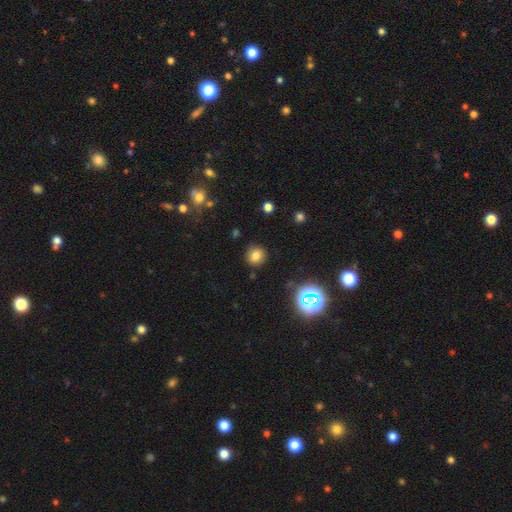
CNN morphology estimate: A smooth galaxy with no disk features (76%) that is round (88%).

Vote fractions:
- Smooth or featured? smooth: 76% / star or artifact: 17% / featured or disk: 7%
- How rounded? round: 88% / in between: 11% / cigar-shaped: 1%
- Merging? none: 88% / minor disturbance: 8% / major disturbance: 3% / merger: 2%